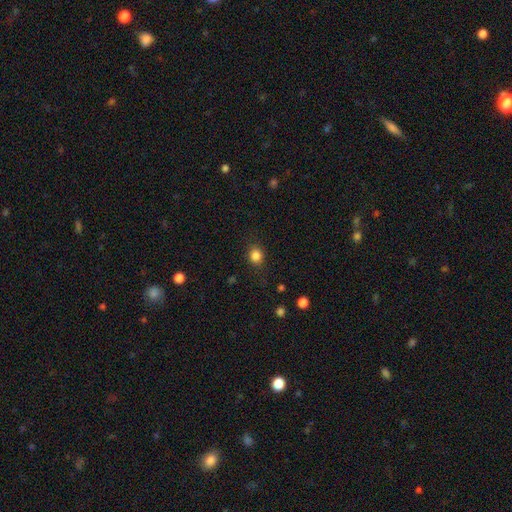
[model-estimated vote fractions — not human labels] This is clearly a smooth galaxy (84%). How rounded: likely round (72%). Merging: clearly none (84%).